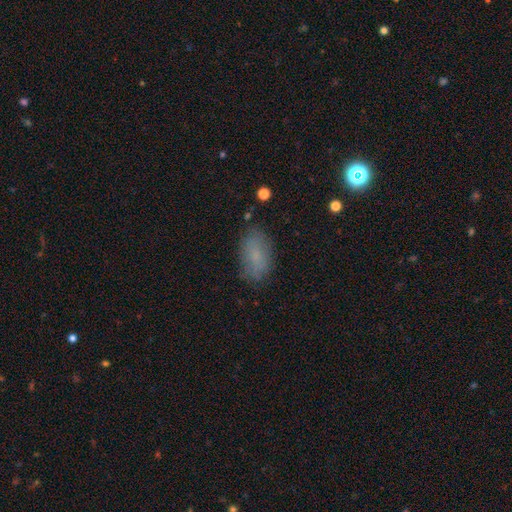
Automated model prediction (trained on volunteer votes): Smooth or featured? smooth (76%)
How rounded? in between (92%)
Merging? none (79%)